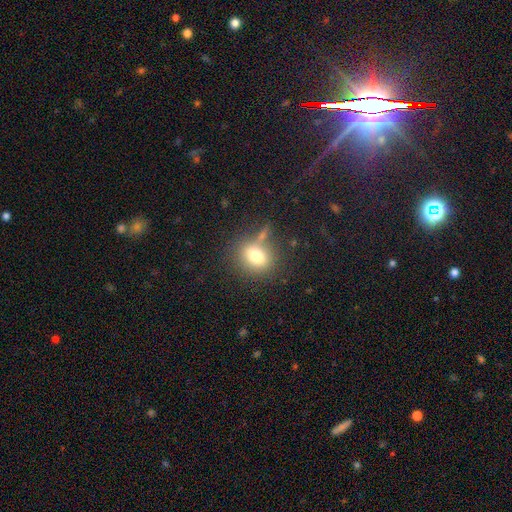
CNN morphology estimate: smooth 76%, featured or disk 13%, star or artifact 11%. Down the decision tree: how rounded — in between (53%); merging — none (64%).